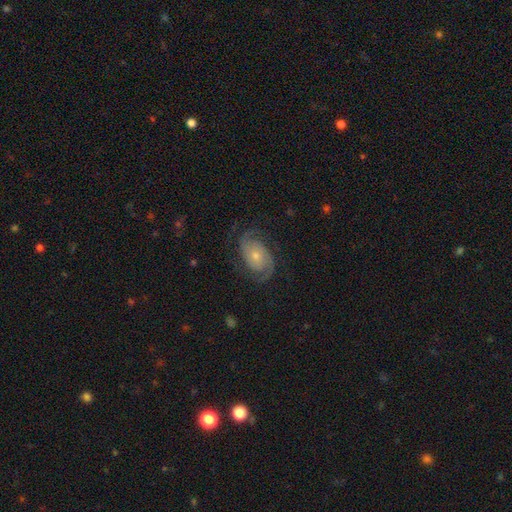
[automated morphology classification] A featured or disk galaxy (85%) with no bar (73%), 2 (87%) medium (45%) spiral arms (97%) and a small central bulge (54%).

Vote fractions:
- Smooth or featured? featured or disk: 85% / smooth: 9% / star or artifact: 7%
- Edge-on disk? no: 97% / yes: 3%
- Bar? no: 73% / weak: 22% / strong: 5%
- Spiral arms? yes: 97% / no: 3%
- Spiral winding? medium: 45% / tight: 39% / loose: 17%
- Spiral arm count? 2: 87% / can't tell: 5% / 3: 4% / 1: 2% / 4: 2% / more than 4: 1%
- Bulge size? small: 54% / moderate: 39% / large: 3% / none: 2% / dominant: 1%
- Merging? none: 77% / minor disturbance: 14% / major disturbance: 8% / merger: 1%